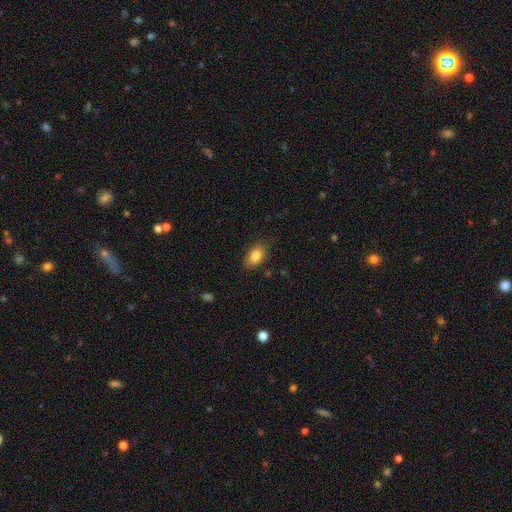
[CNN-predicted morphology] This is clearly a smooth galaxy (83%). How rounded: clearly in between (88%). Merging: clearly none (83%).